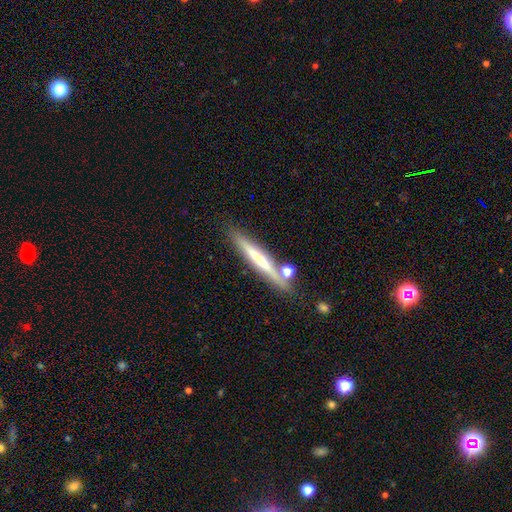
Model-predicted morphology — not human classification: featured or disk 55%, smooth 36%, star or artifact 8%. Down the decision tree: edge-on disk — yes (92%); edge-on bulge — none (51%); merging — none (77%).